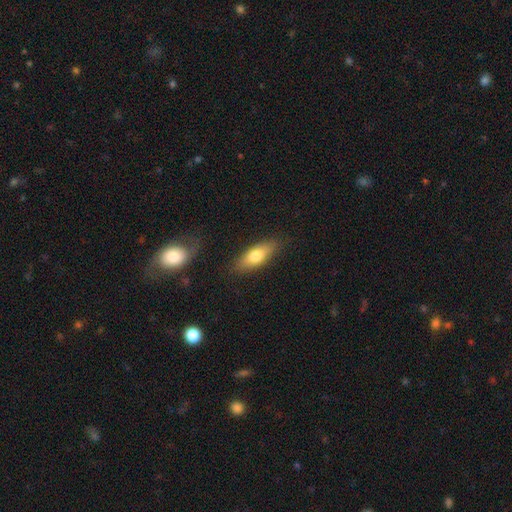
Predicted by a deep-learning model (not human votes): A smooth galaxy with no disk features (71%) that is in between round and cigar-shaped (64%). Merging: none (84%).